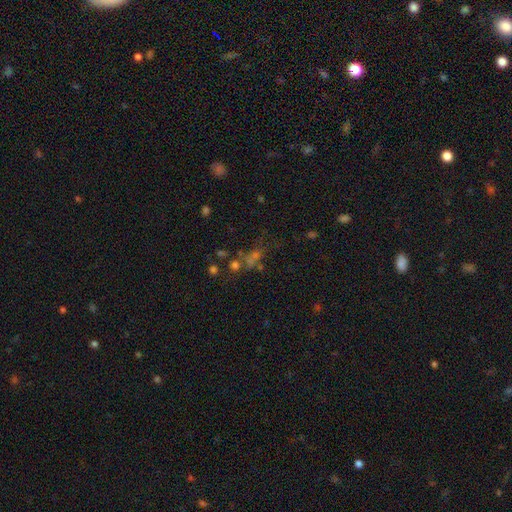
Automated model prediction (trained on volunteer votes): Smooth or featured? Predicted: star or artifact (p=0.45).